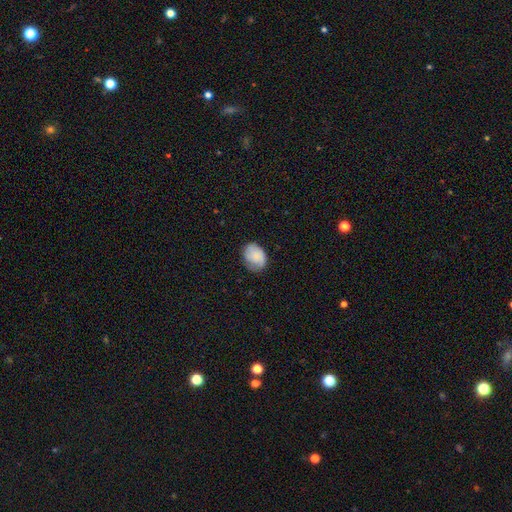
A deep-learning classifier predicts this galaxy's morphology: The model was most divided on "how rounded": in between: 65%, round: 34%, cigar-shaped: 1%. More confident: smooth or featured — smooth (75%); merging — none (64%).